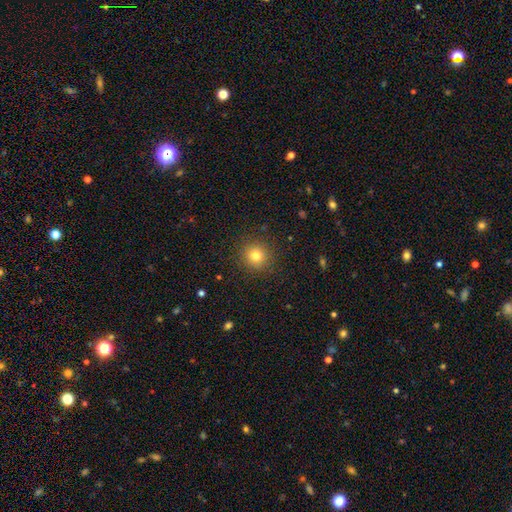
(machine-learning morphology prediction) This is likely a smooth galaxy (79%). How rounded: clearly round (92%). Merging: clearly none (90%).